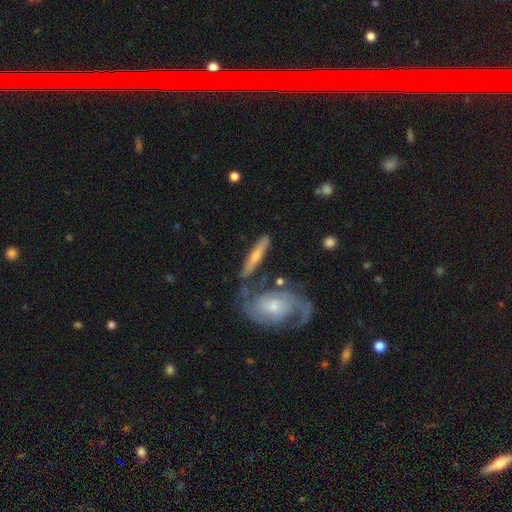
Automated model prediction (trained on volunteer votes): Smooth or featured? Predicted: featured or disk (p=0.55). Edge-on disk? Predicted: yes (p=0.71). Merging? Predicted: none (p=0.68).